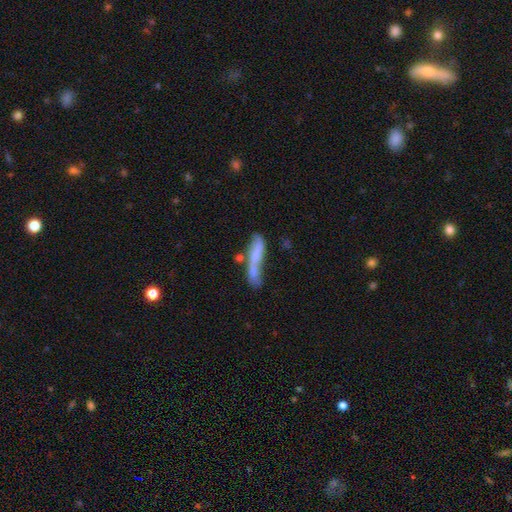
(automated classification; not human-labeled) Smooth or featured? smooth (53%)
How rounded? cigar-shaped (76%)
Merging? none (34%)